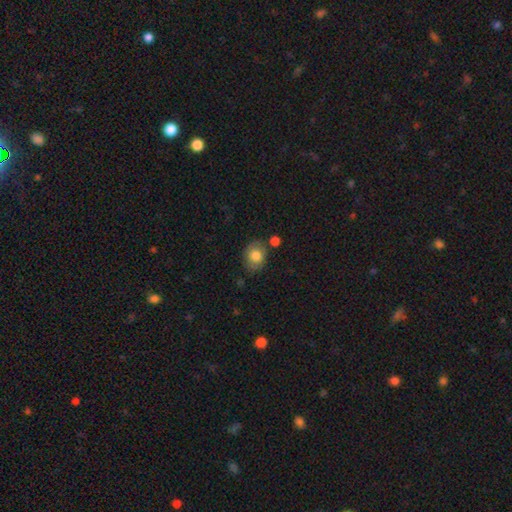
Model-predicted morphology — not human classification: Smooth or featured: smooth — 77% (featured or disk — 16%)
How rounded: in between — 56% (round — 43%)
Merging: none — 71% (minor disturbance — 17%)